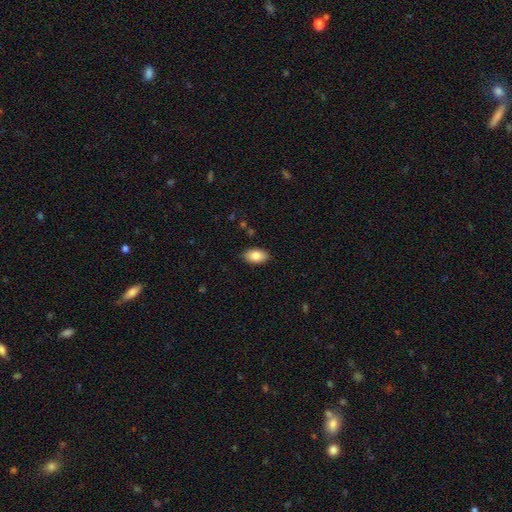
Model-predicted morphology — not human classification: Smooth or featured?
  - smooth: 84% *
  - featured or disk: 9%
  - star or artifact: 7%
How rounded?
  - in between: 93% *
  - round: 5%
  - cigar-shaped: 2%
Merging?
  - none: 88% *
  - minor disturbance: 9%
  - major disturbance: 2%
  - merger: 1%